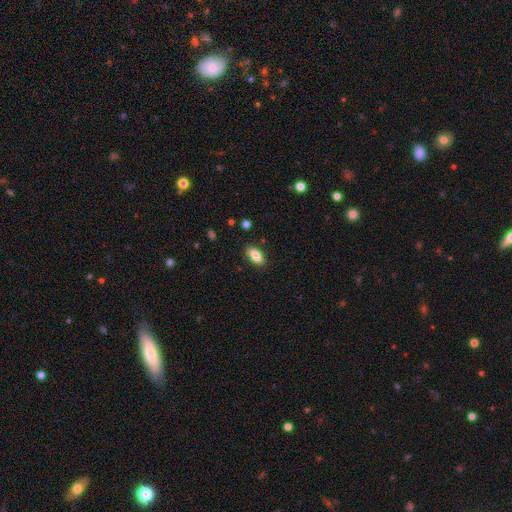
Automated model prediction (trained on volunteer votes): This is clearly a smooth galaxy (84%). How rounded: clearly in between (91%). Merging: clearly none (86%).